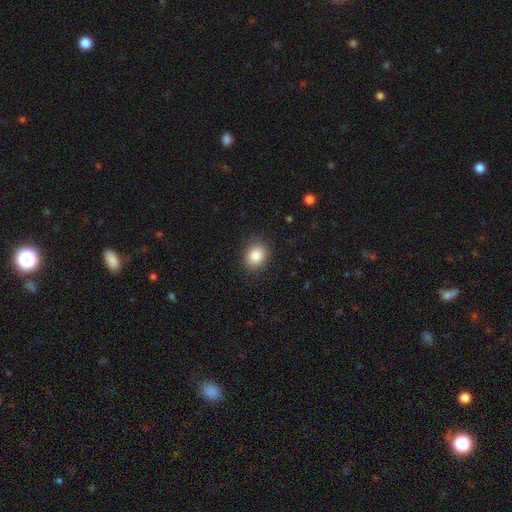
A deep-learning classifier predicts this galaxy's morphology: A smooth galaxy with no disk features (85%) that is round (59%).

Vote fractions:
- Smooth or featured? smooth: 85% / star or artifact: 9% / featured or disk: 6%
- How rounded? round: 59% / in between: 41% / cigar-shaped: 1%
- Merging? none: 88% / minor disturbance: 9% / major disturbance: 3% / merger: 1%